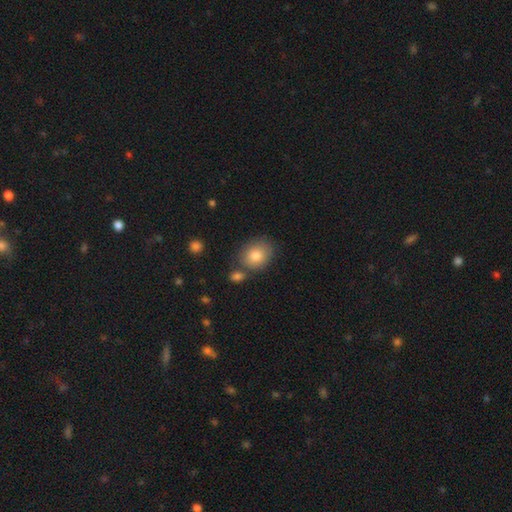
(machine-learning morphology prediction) This is clearly a smooth galaxy (81%). How rounded: possibly round (55%). Merging: likely none (69%).